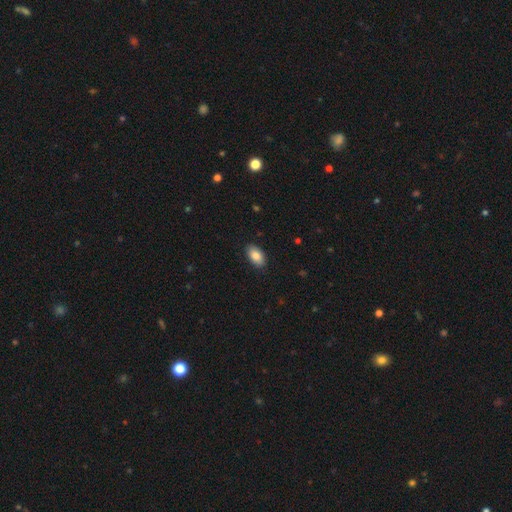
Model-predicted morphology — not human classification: type=smooth (86%); roundness=in between (93%); merging=none (88%).